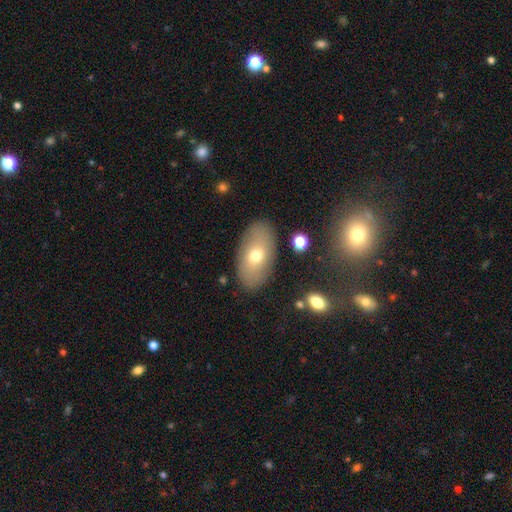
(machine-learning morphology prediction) type=smooth (66%); roundness=in between (92%); merging=none (85%).